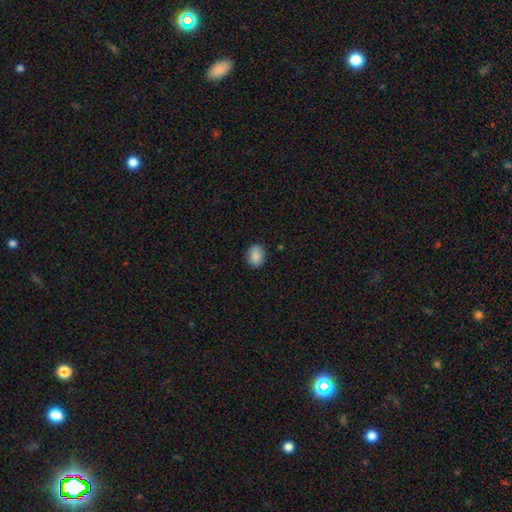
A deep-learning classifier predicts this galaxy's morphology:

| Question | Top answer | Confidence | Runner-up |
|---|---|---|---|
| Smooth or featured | smooth | 88% | star or artifact (8%) |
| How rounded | in between | 63% | round (36%) |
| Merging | none | 85% | minor disturbance (12%) |